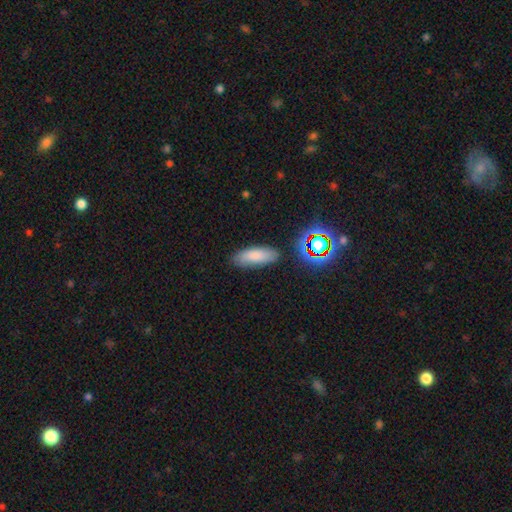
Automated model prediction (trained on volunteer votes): A smooth galaxy with no disk features (80%) that is in between round and cigar-shaped (67%). Merging: none (83%).